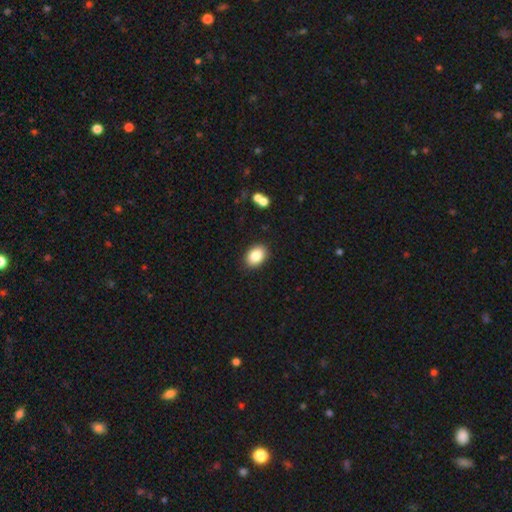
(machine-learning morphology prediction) Smooth or featured?
  - smooth: 85% *
  - star or artifact: 8%
  - featured or disk: 6%
How rounded?
  - in between: 74% *
  - round: 25%
  - cigar-shaped: 1%
Merging?
  - none: 89% *
  - minor disturbance: 8%
  - major disturbance: 2%
  - merger: 2%